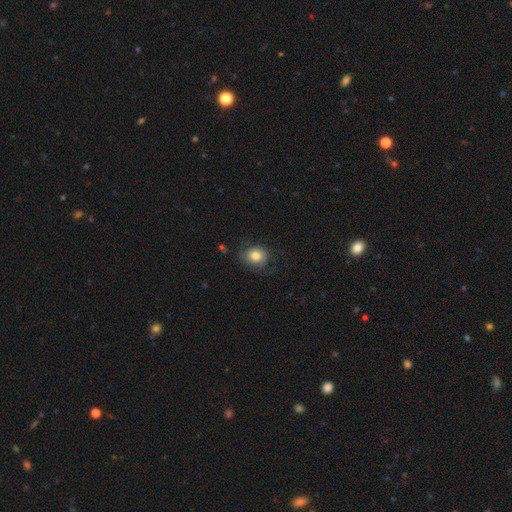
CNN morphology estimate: This is likely a smooth galaxy (78%). How rounded: likely round (63%). Merging: likely none (65%).